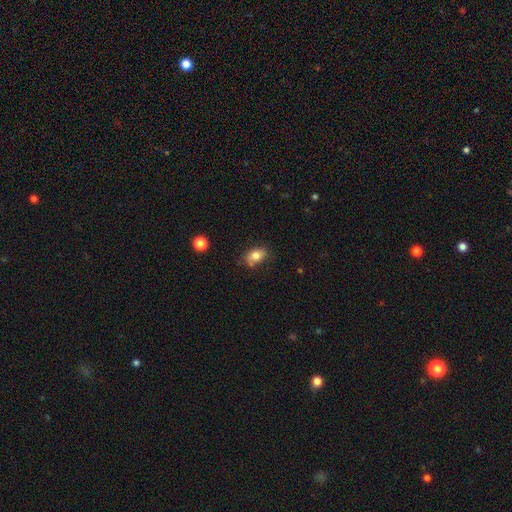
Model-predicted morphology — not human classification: Smooth or featured?
  - smooth: 80% *
  - featured or disk: 11%
  - star or artifact: 9%
How rounded?
  - in between: 82% *
  - round: 16%
  - cigar-shaped: 2%
Merging?
  - none: 67% *
  - minor disturbance: 22%
  - merger: 7%
  - major disturbance: 5%